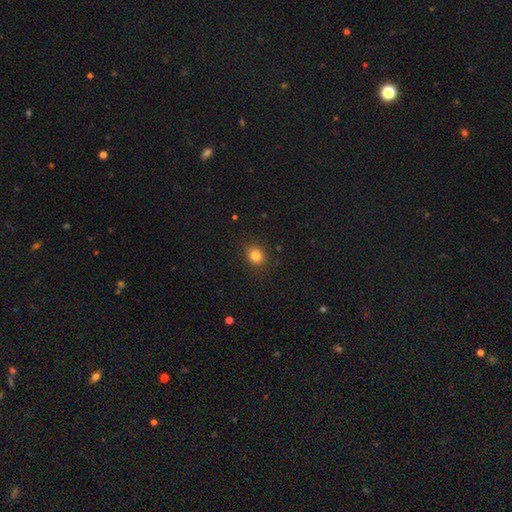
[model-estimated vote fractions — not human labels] smooth_or_featured: smooth (p=0.82) [alt: star or artifact p=0.12]
how_rounded: round (p=0.72) [alt: in between p=0.27]
merging: none (p=0.89) [alt: minor disturbance p=0.08]